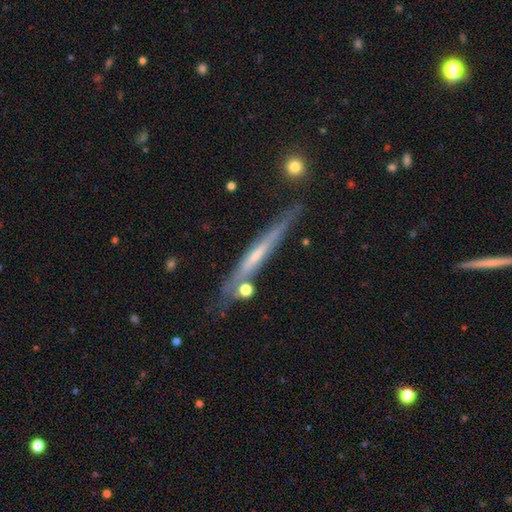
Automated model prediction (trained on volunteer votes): smooth_or_featured: featured or disk (p=0.66) [alt: smooth p=0.27]
disk_edge_on: yes (p=0.91) [alt: no p=0.09]
edge_on_bulge: none (p=0.68) [alt: rounded p=0.24]
merging: none (p=0.73) [alt: minor disturbance p=0.17]